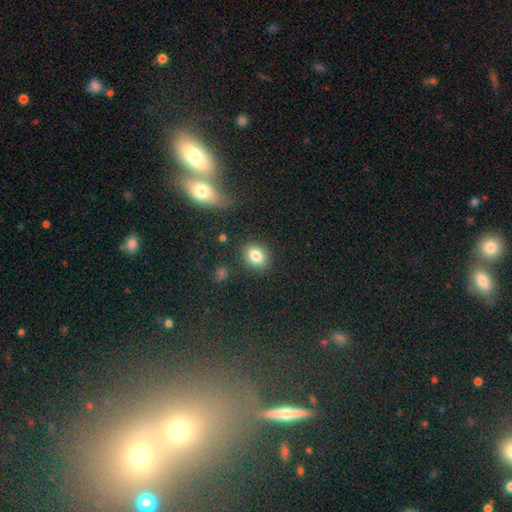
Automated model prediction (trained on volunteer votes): Smooth or featured?
  - smooth: 82% *
  - star or artifact: 11%
  - featured or disk: 7%
How rounded?
  - round: 59% *
  - in between: 40%
  - cigar-shaped: 1%
Merging?
  - none: 85% *
  - minor disturbance: 9%
  - major disturbance: 3%
  - merger: 2%